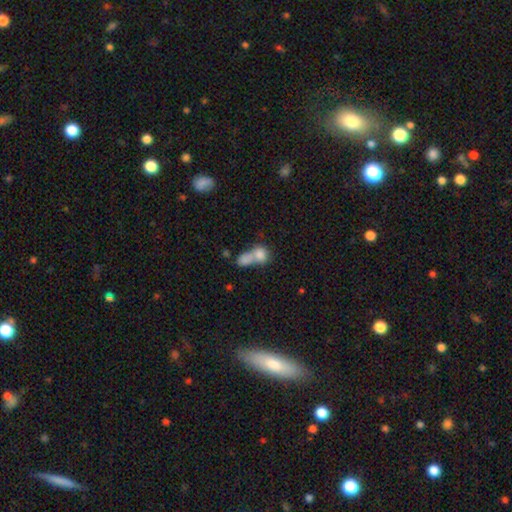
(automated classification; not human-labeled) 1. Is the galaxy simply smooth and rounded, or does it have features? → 76% smooth, 14% featured or disk, 10% star or artifact.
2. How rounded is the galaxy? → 49% round, 48% in between, 3% cigar-shaped.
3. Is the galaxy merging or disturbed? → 70% merger, 19% none, 6% minor disturbance, 5% major disturbance.